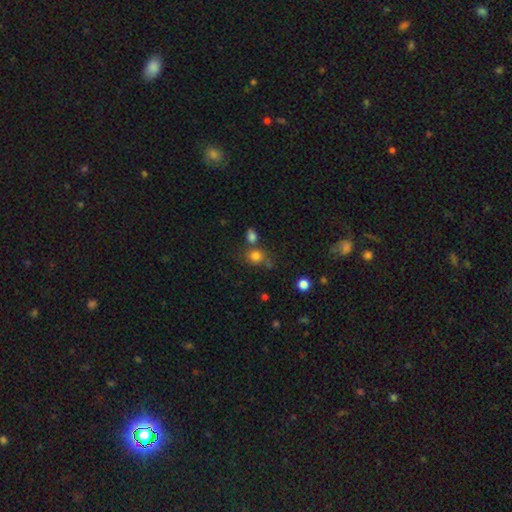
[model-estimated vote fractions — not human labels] Smooth or featured? Predicted: smooth (p=0.79). How rounded? Predicted: round (p=0.78). Merging? Predicted: none (p=0.59).